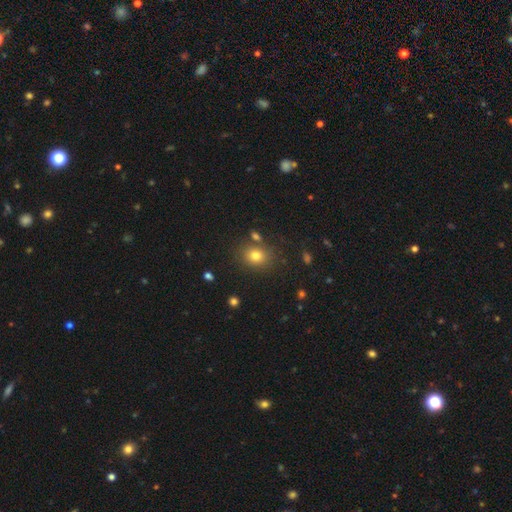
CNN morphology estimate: Smooth or featured?
  - smooth: 77% *
  - star or artifact: 14%
  - featured or disk: 9%
How rounded?
  - round: 60% *
  - in between: 39%
  - cigar-shaped: 1%
Merging?
  - none: 77% *
  - minor disturbance: 11%
  - merger: 8%
  - major disturbance: 4%